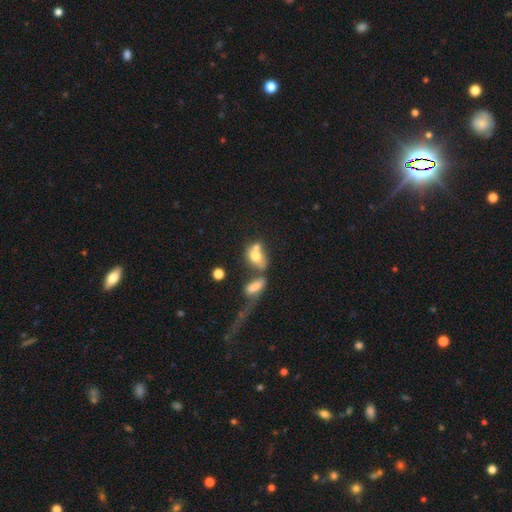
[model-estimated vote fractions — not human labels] smooth_or_featured: smooth (p=0.66) [alt: featured or disk p=0.23]
how_rounded: in between (p=0.67) [alt: round p=0.29]
merging: merger (p=0.57) [alt: none p=0.23]